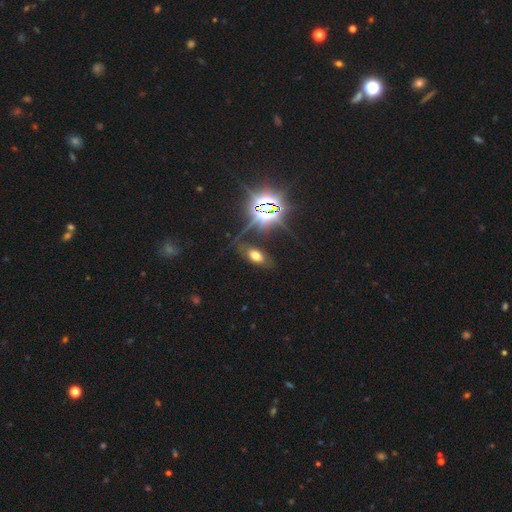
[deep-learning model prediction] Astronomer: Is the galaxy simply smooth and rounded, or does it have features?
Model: smooth — 51% (runner-up: star or artifact, 34%).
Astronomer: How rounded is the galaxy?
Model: in between — 89%.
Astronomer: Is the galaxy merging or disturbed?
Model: none — 76%.